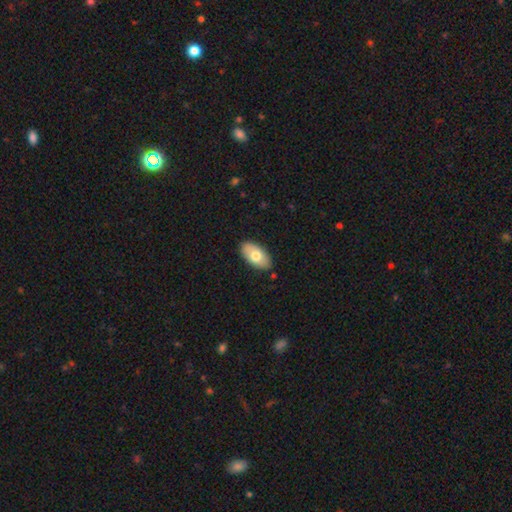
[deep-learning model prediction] A smooth galaxy with no disk features (72%) that is in between round and cigar-shaped (95%). Merging: none (87%).